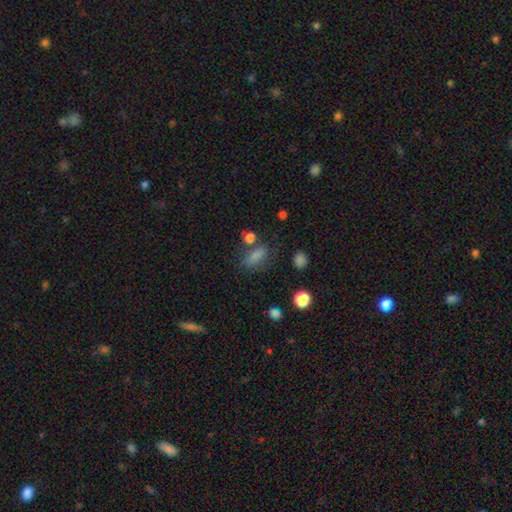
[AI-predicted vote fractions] Smooth or featured?
  - smooth: 79% *
  - star or artifact: 13%
  - featured or disk: 8%
How rounded?
  - in between: 72% *
  - cigar-shaped: 17%
  - round: 11%
Merging?
  - none: 62% *
  - minor disturbance: 19%
  - merger: 10%
  - major disturbance: 9%